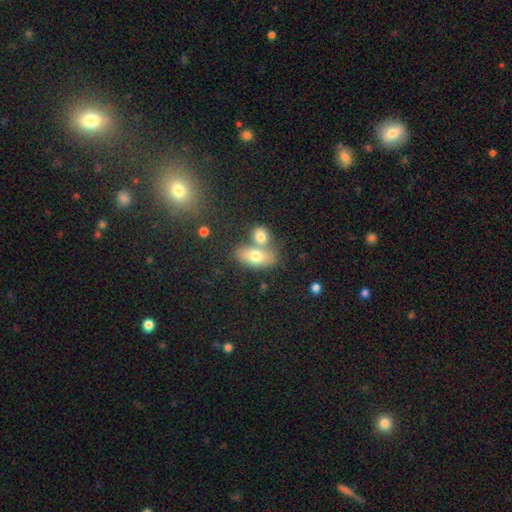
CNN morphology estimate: Smooth or featured: smooth — 72% (featured or disk — 20%)
How rounded: in between — 87% (round — 8%)
Merging: none — 43% (tied with merger — 43%)